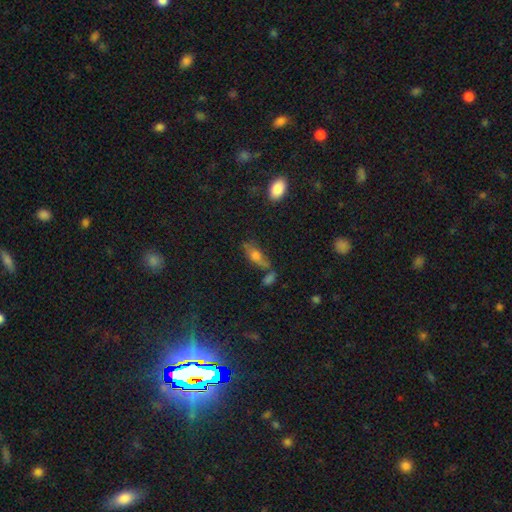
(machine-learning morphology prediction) The model was most divided on "smooth or featured": smooth: 56%, featured or disk: 30%, star or artifact: 14%. More confident: how rounded — in between (63%); merging — none (55%).